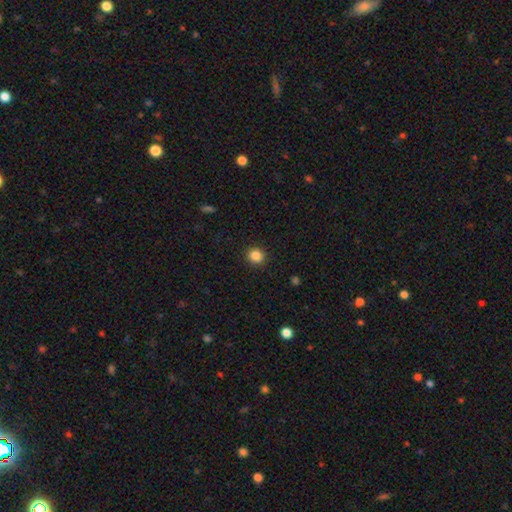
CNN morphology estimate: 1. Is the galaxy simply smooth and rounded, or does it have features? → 86% smooth, 11% star or artifact, 4% featured or disk.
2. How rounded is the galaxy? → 90% round, 10% in between, 1% cigar-shaped.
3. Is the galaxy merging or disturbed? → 92% none, 5% minor disturbance, 2% major disturbance, 1% merger.